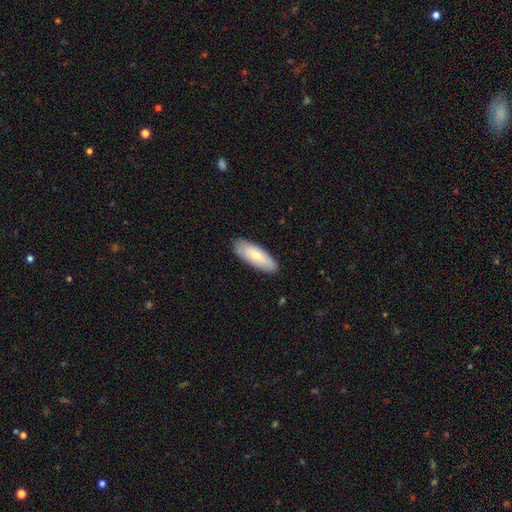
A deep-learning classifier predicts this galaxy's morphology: A smooth galaxy with no disk features (67%) that is in between round and cigar-shaped (71%).

Vote fractions:
- Smooth or featured? smooth: 67% / featured or disk: 28% / star or artifact: 5%
- How rounded? in between: 71% / cigar-shaped: 27% / round: 2%
- Merging? none: 85% / minor disturbance: 12% / major disturbance: 2% / merger: 1%